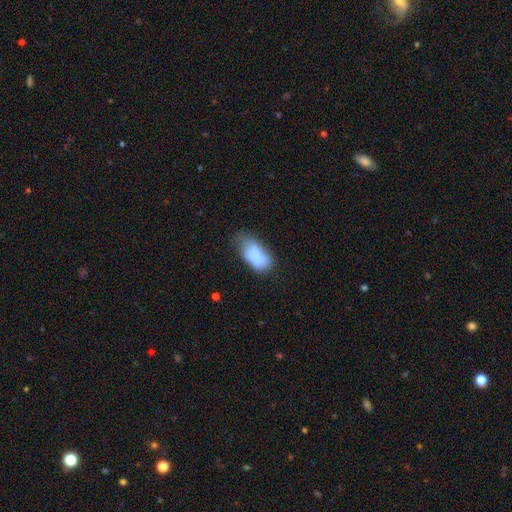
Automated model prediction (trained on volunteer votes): This appears to be a smooth galaxy with no disk features (75%) that is in between round and cigar-shaped (93%). Merging: none (37%).